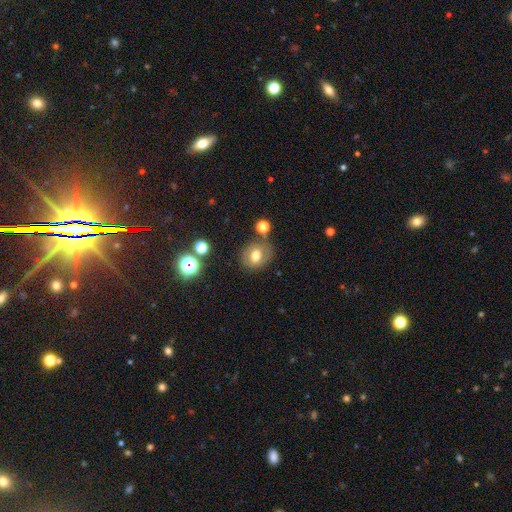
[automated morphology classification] smooth 68%, featured or disk 20%, star or artifact 12%. Down the decision tree: how rounded — round (65%); merging — none (68%).